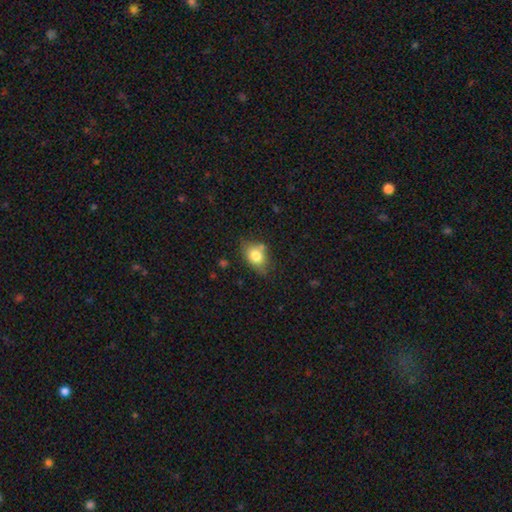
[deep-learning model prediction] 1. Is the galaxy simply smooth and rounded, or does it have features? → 77% smooth, 14% featured or disk, 9% star or artifact.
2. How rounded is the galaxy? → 76% in between, 22% round, 2% cigar-shaped.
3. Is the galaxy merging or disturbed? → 63% none, 24% minor disturbance, 7% merger, 5% major disturbance.